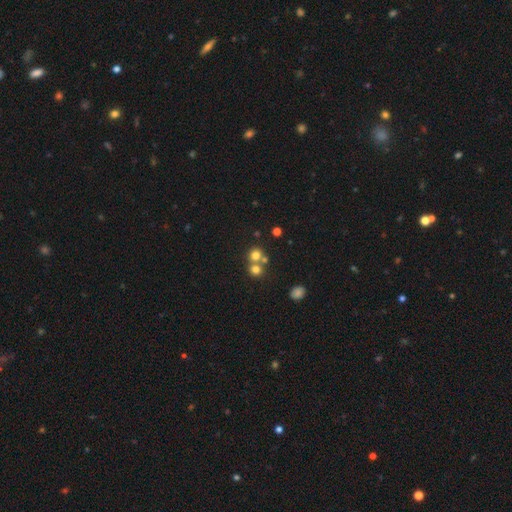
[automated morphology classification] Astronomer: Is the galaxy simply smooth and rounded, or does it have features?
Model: smooth — 73%.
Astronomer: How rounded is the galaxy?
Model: round — 86%.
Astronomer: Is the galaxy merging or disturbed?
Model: none — 48% (runner-up: merger, 44%).